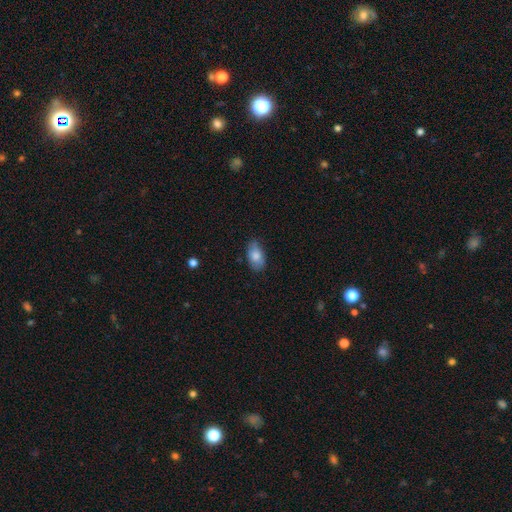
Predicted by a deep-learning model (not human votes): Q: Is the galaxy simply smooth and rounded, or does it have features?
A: smooth — 79%.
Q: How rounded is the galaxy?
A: in between — 92%.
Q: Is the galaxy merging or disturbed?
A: none — 73%.